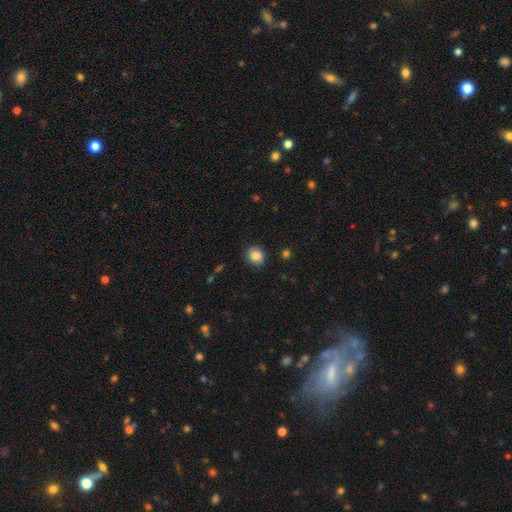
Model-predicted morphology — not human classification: Overall: smooth (84%). How rounded: round (76%). Merging: none (88%).